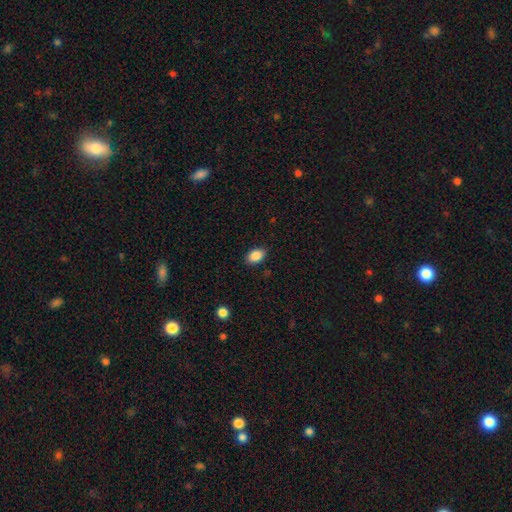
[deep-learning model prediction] Morphology: type=smooth (88%); roundness=in between (83%); merging=none (85%).